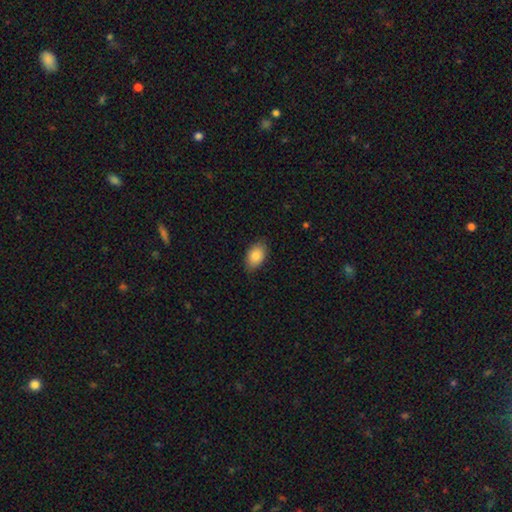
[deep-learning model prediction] This is clearly a smooth galaxy (87%). How rounded: clearly in between (90%). Merging: clearly none (83%).